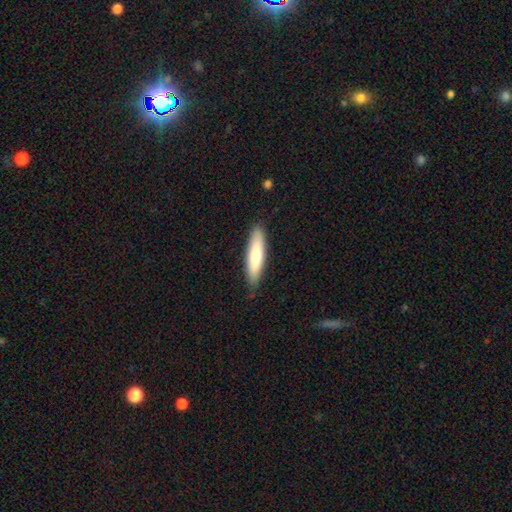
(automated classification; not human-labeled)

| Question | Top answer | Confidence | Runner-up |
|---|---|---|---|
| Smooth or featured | smooth | 73% | featured or disk (22%) |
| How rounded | cigar-shaped | 74% | in between (24%) |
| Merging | none | 86% | minor disturbance (11%) |